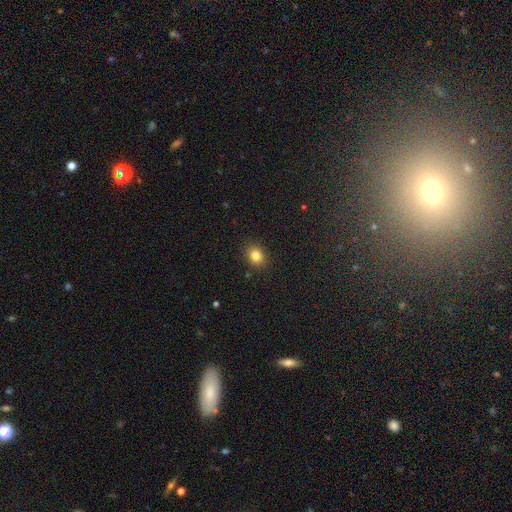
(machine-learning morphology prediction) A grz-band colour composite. It shows a smooth galaxy with no disk features (83%) that is round (55%). Merging: none (88%).